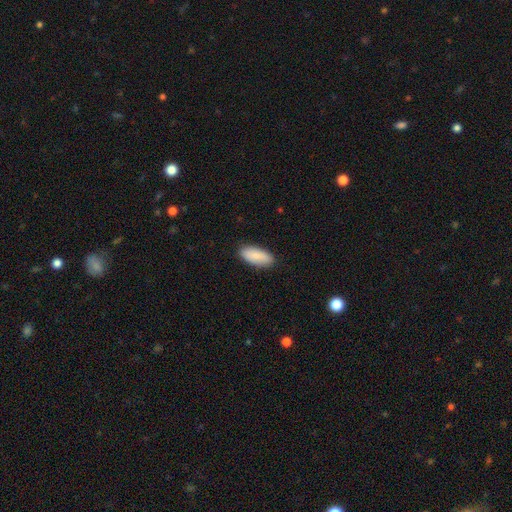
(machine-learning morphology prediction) smooth-or-featured: smooth: 86% | featured or disk: 8% | star or artifact: 6%
  how-rounded: in between: 85% | cigar-shaped: 13% | round: 2%
  merging: none: 88% | minor disturbance: 9% | major disturbance: 2% | merger: 1%